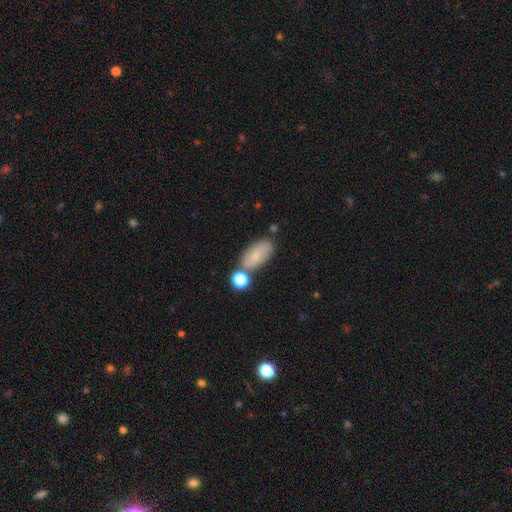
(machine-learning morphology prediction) This is likely a smooth galaxy (69%). How rounded: clearly in between (90%). Merging: likely none (62%).